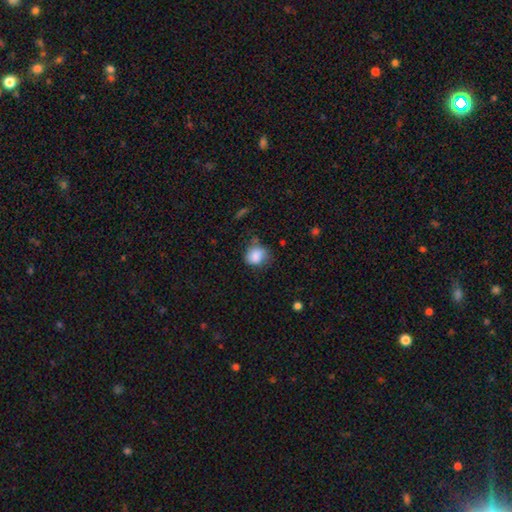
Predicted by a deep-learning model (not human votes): Morphology: type=smooth (84%); roundness=round (63%); merging=none (56%).